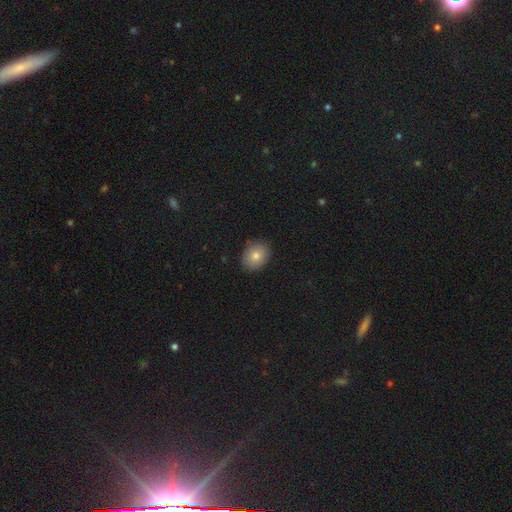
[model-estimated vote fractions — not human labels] This is clearly a smooth galaxy (81%). How rounded: possibly in between (55%). Merging: clearly none (86%).